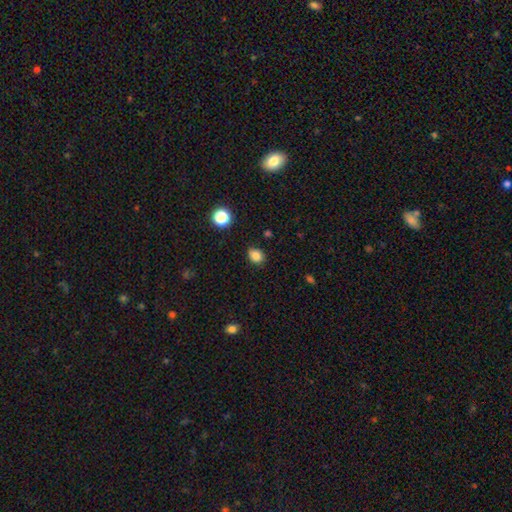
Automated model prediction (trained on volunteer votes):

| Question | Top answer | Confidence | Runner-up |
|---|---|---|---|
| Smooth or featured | smooth | 84% | star or artifact (12%) |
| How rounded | in between | 50% | round (49%) |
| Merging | none | 80% | minor disturbance (15%) |